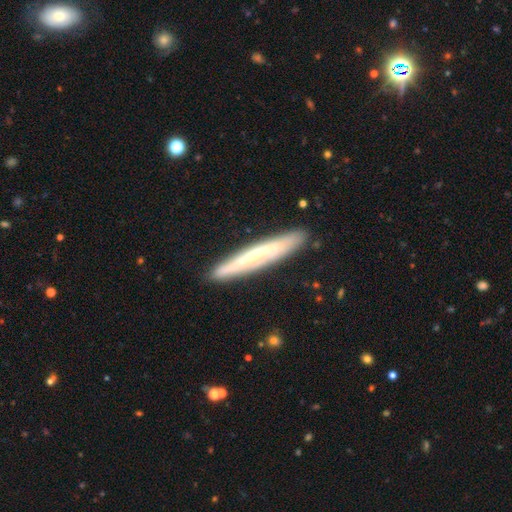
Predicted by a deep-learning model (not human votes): Overall: featured or disk (53%; smooth 41%). Edge-on disk: yes (84%). Merging: none (88%).